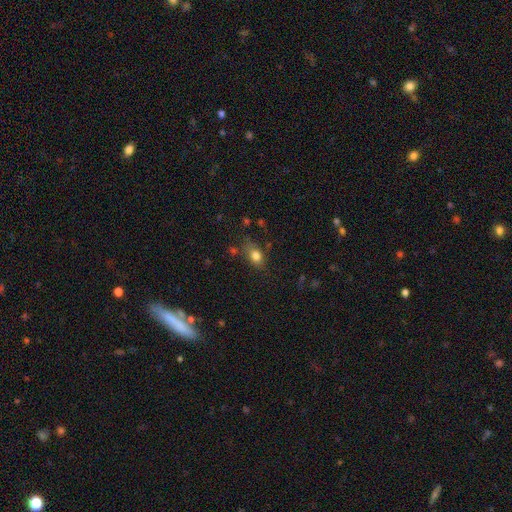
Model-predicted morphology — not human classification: smooth-or-featured: smooth: 80% | star or artifact: 10% | featured or disk: 10%
  how-rounded: in between: 75% | round: 21% | cigar-shaped: 4%
  merging: none: 68% | minor disturbance: 21% | major disturbance: 7% | merger: 4%